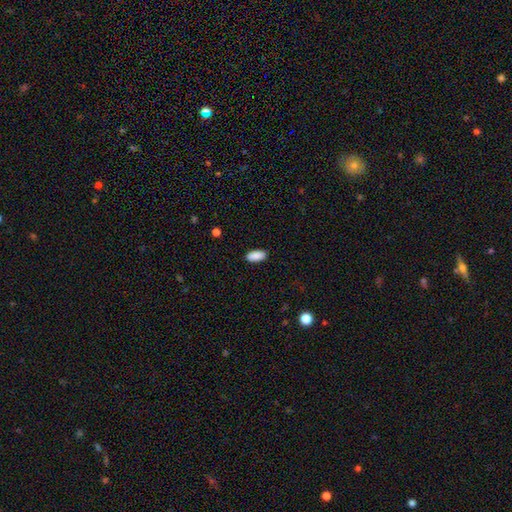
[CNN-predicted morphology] A smooth galaxy with no disk features (90%) that is in between round and cigar-shaped (91%).

Vote fractions:
- Smooth or featured? smooth: 90% / star or artifact: 7% / featured or disk: 4%
- How rounded? in between: 91% / cigar-shaped: 7% / round: 2%
- Merging? none: 89% / minor disturbance: 8% / major disturbance: 2% / merger: 1%